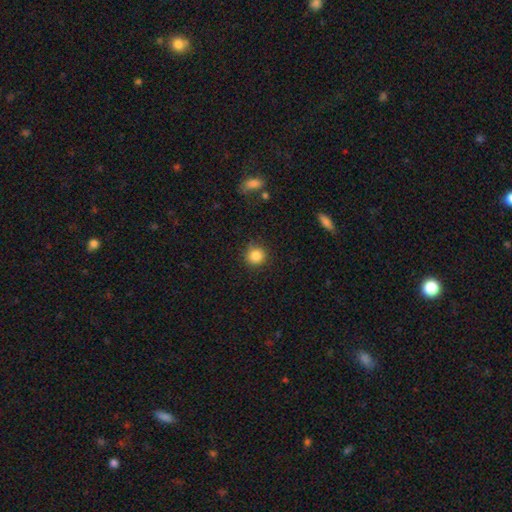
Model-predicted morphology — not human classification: Smooth or featured?
  - smooth: 85% *
  - star or artifact: 11%
  - featured or disk: 5%
How rounded?
  - round: 92% *
  - in between: 7%
  - cigar-shaped: 1%
Merging?
  - none: 86% *
  - minor disturbance: 10%
  - major disturbance: 3%
  - merger: 1%